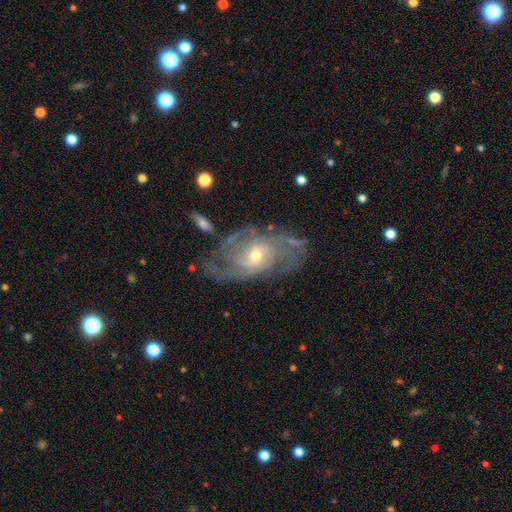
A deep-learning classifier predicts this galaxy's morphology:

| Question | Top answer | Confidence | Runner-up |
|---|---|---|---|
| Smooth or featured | featured or disk | 87% | smooth (7%) |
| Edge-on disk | no | 95% | yes (5%) |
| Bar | no | 61% | weak (31%) |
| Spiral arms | yes | 95% | no (5%) |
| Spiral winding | tight | 54% | medium (37%) |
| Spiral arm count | can't tell | 30% | 2 (29%) |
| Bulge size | small | 55% | moderate (42%) |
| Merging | none | 66% | minor disturbance (19%) |